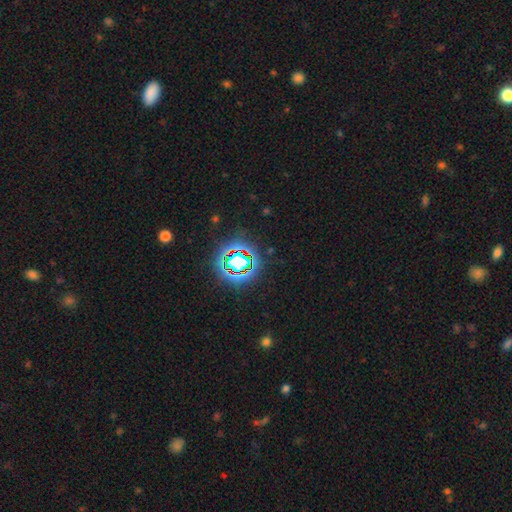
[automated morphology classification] smooth_or_featured: star or artifact (p=0.76) [alt: smooth p=0.17]